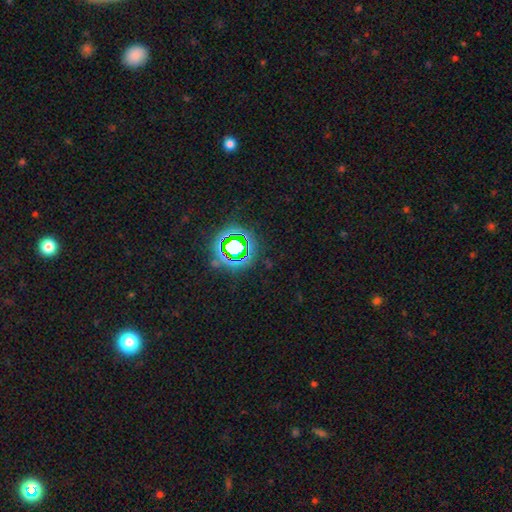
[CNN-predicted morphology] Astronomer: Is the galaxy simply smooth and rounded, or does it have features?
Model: star or artifact — 79%.